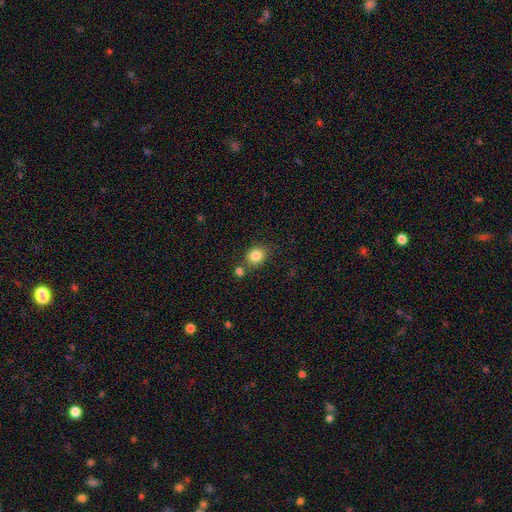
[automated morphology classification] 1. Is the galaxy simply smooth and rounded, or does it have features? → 84% smooth, 10% star or artifact, 6% featured or disk.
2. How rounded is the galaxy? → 70% round, 29% in between, 1% cigar-shaped.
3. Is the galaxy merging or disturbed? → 71% none, 14% merger, 12% minor disturbance, 3% major disturbance.